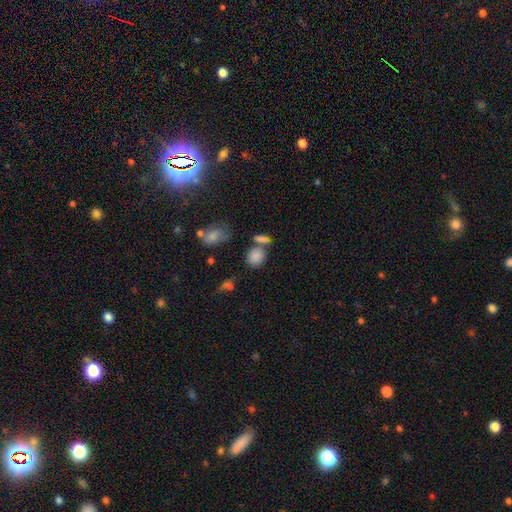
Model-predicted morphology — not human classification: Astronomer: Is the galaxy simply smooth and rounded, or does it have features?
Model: smooth — 82%.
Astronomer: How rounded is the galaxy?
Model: round — 67%.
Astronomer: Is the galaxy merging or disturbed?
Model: none — 55%.